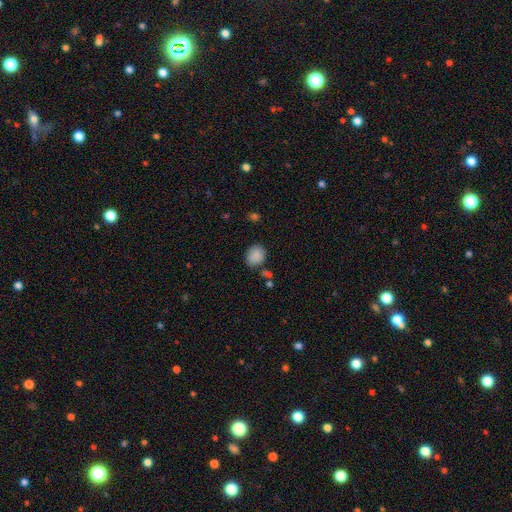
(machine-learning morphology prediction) smooth 88%, star or artifact 8%, featured or disk 4%. Down the decision tree: how rounded — round (60%); merging — none (76%).